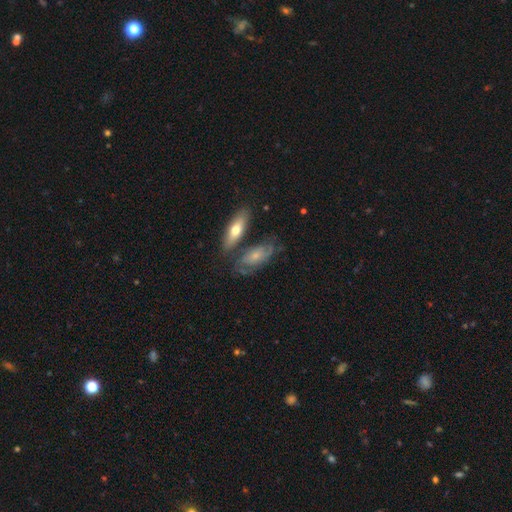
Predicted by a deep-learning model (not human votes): Smooth or featured?
  - featured or disk: 58% *
  - smooth: 34%
  - star or artifact: 8%
Edge-on disk?
  - no: 84% *
  - yes: 16%
Merging?
  - none: 52% *
  - minor disturbance: 22%
  - merger: 16%
  - major disturbance: 10%